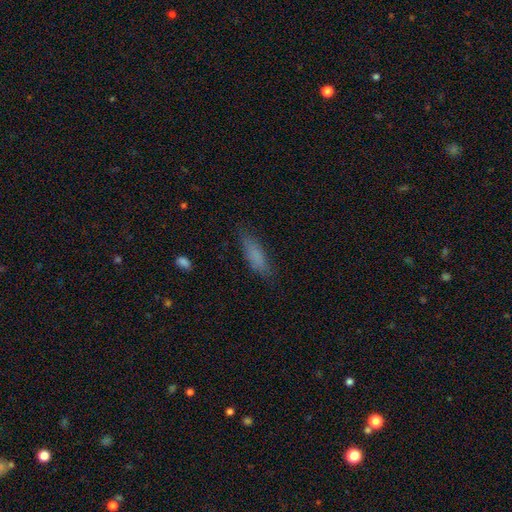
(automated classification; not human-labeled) This appears to be a smooth galaxy with no disk features (79%) that is cigar-shaped (53%). Merging: none (77%).